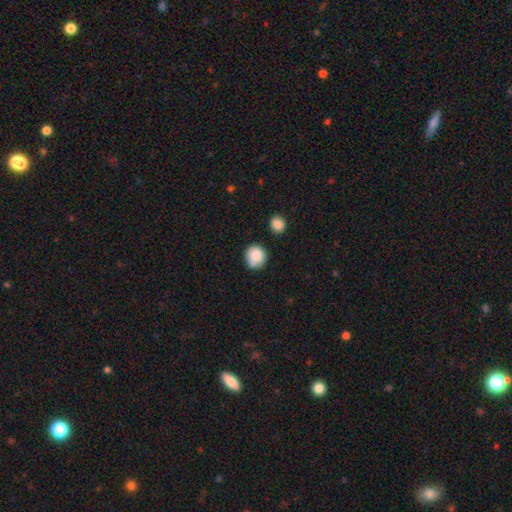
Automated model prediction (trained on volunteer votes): Morphology: type=smooth (85%); roundness=round (83%); merging=none (69%).